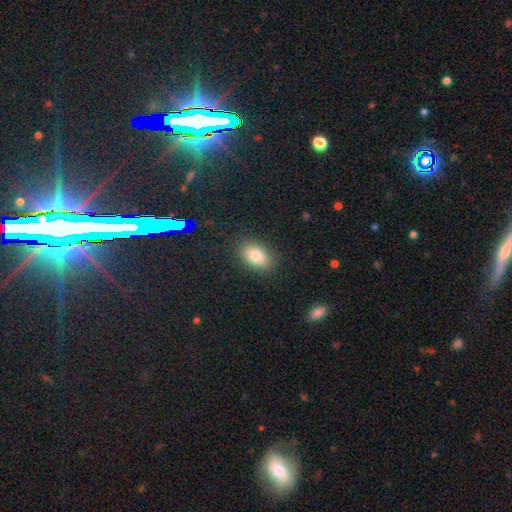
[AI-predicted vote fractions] This is clearly a smooth galaxy (82%). How rounded: clearly in between (86%). Merging: clearly none (87%).